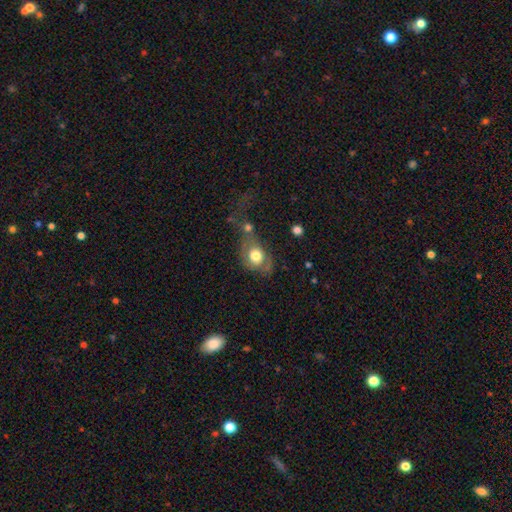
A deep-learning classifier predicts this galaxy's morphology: A smooth galaxy with no disk features (58%) that is in between round and cigar-shaped (61%). Merging: major disturbance (30%).